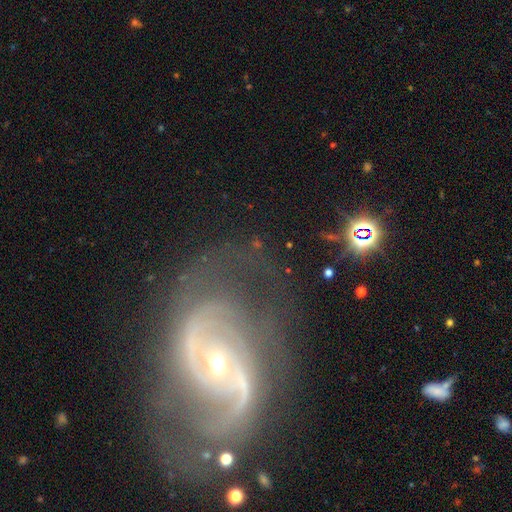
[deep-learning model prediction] The model was most divided on "spiral winding": medium: 49%, tight: 30%, loose: 21%. More confident: edge-on disk — no (97%); spiral arms — yes (96%); smooth or featured — featured or disk (88%); spiral arm count — 2 (78%); merging — none (58%); bulge size — small (57%); bar — no (53%).